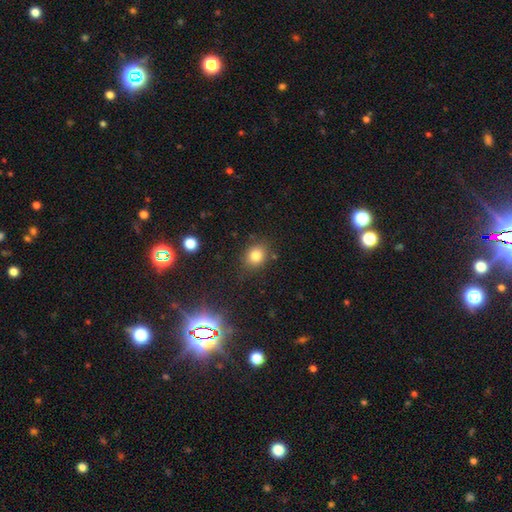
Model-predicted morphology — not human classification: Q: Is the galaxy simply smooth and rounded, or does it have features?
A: smooth — 79%.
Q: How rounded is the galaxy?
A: round — 60%.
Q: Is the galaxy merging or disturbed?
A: none — 81%.